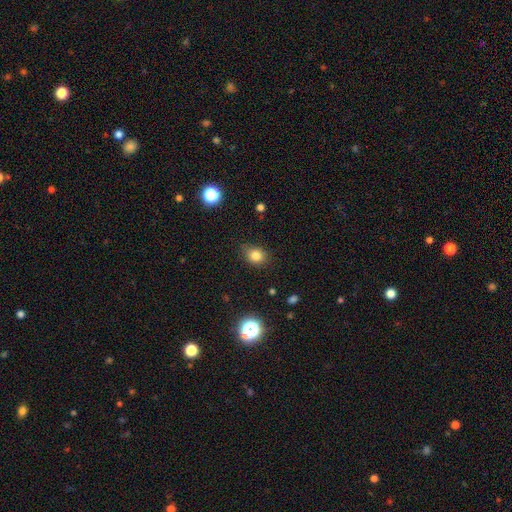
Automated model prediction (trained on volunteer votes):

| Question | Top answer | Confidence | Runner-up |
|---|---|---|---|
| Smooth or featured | smooth | 81% | star or artifact (13%) |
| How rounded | round | 57% | in between (42%) |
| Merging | none | 78% | minor disturbance (17%) |